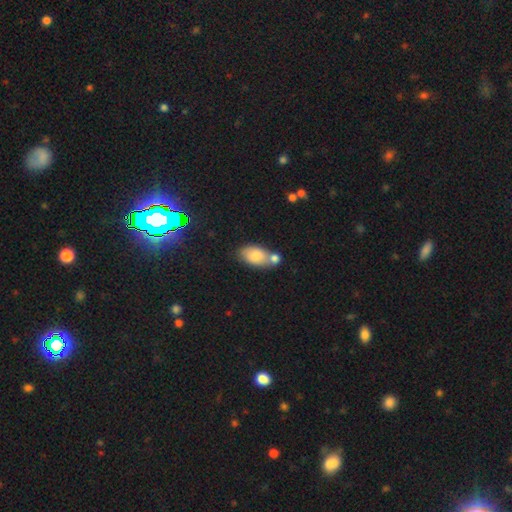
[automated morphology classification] This appears to be a smooth galaxy with no disk features (81%) that is in between round and cigar-shaped (91%). Merging: none (42%).